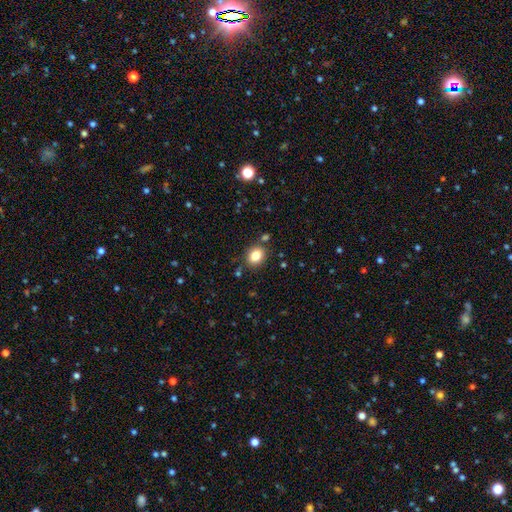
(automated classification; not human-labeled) Smooth or featured? smooth (83%)
How rounded? in between (58%)
Merging? none (81%)